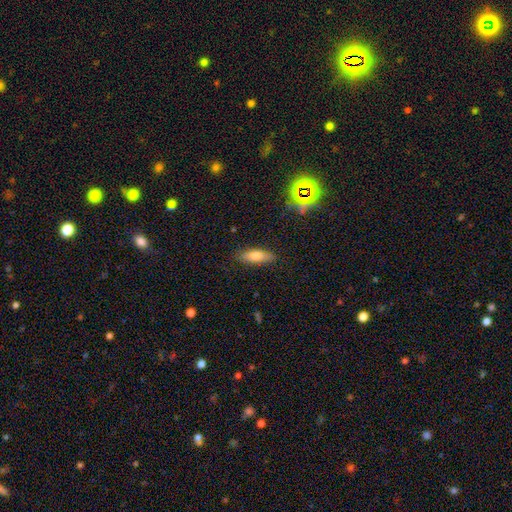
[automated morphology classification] smooth 69%, featured or disk 22%, star or artifact 10%. Down the decision tree: how rounded — in between (53%); merging — none (84%).